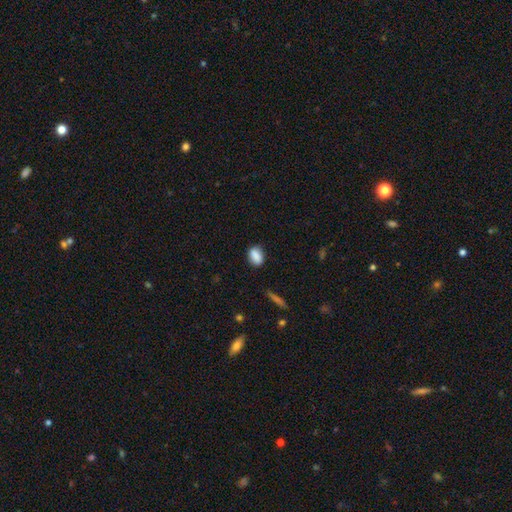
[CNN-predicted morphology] The model was most divided on "how rounded": in between: 80%, round: 17%, cigar-shaped: 3%. More confident: smooth or featured — smooth (87%); merging — none (83%).